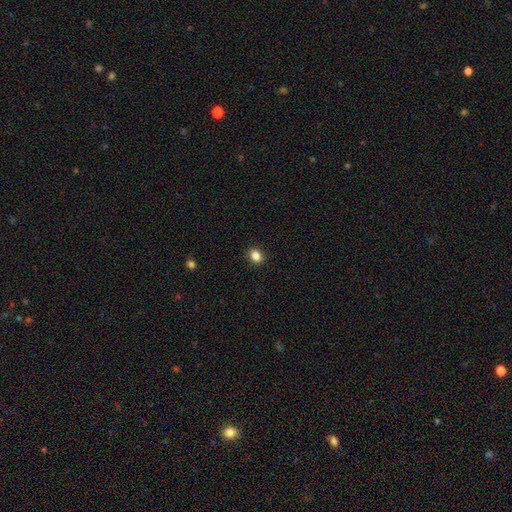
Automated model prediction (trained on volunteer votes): Smooth or featured? smooth (85%)
How rounded? round (50%)
Merging? none (90%)